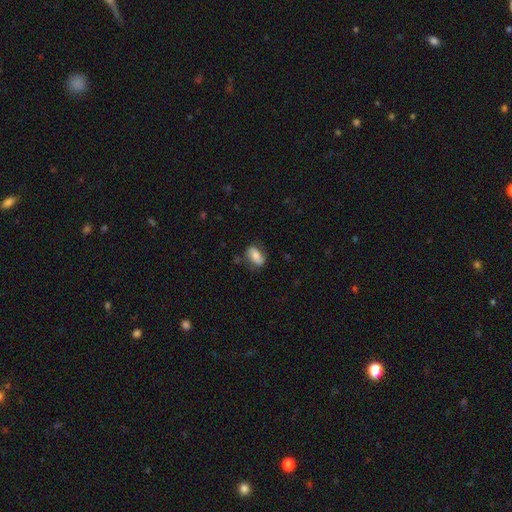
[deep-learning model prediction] A smooth galaxy with no disk features (68%) that is in between round and cigar-shaped (89%). Merging: none (68%).